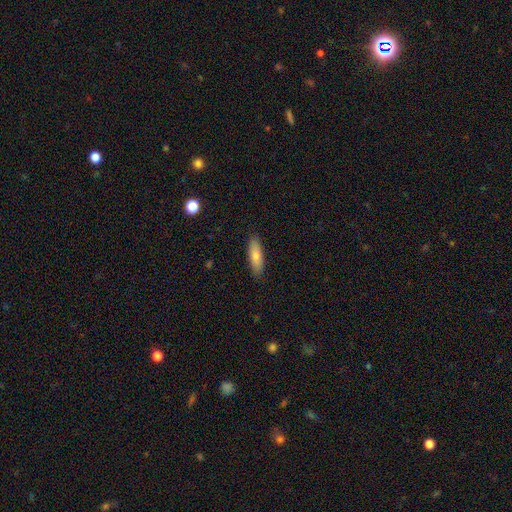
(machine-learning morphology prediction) Smooth or featured?
  - smooth: 82% *
  - featured or disk: 12%
  - star or artifact: 6%
How rounded?
  - cigar-shaped: 50% *
  - in between: 49%
  - round: 2%
Merging?
  - none: 88% *
  - minor disturbance: 9%
  - major disturbance: 2%
  - merger: 1%